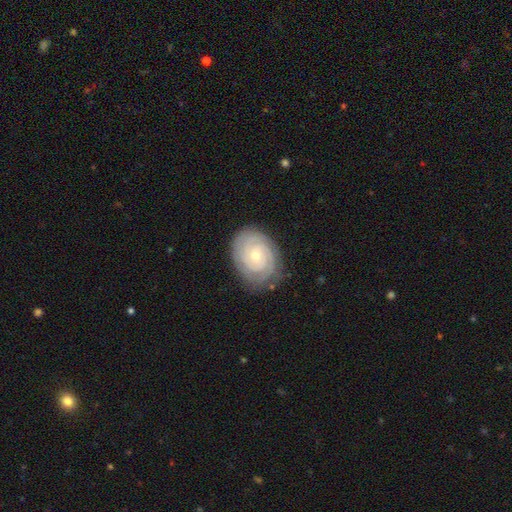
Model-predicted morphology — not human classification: This is clearly a featured or disk galaxy (83%). It is clearly not viewed edge-on (98%). Bar: likely no (76%). Spiral arm pattern: clearly yes (96%). Spiral arm count: marginally can't tell (30%). Spiral winding: clearly tight (84%). Central bulge: likely small (68%). Merging: clearly none (80%).